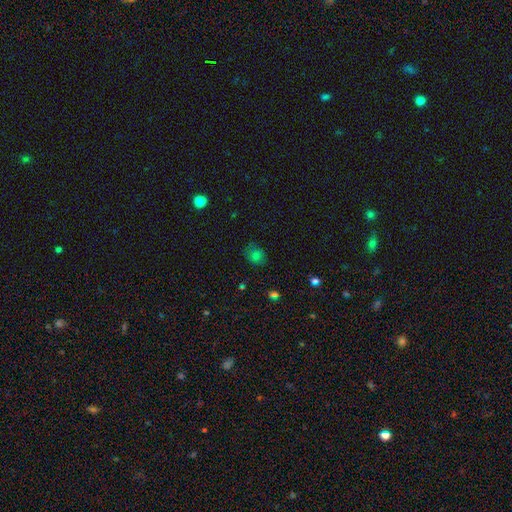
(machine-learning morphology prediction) type=smooth (73%); roundness=round (60%); merging=none (72%).